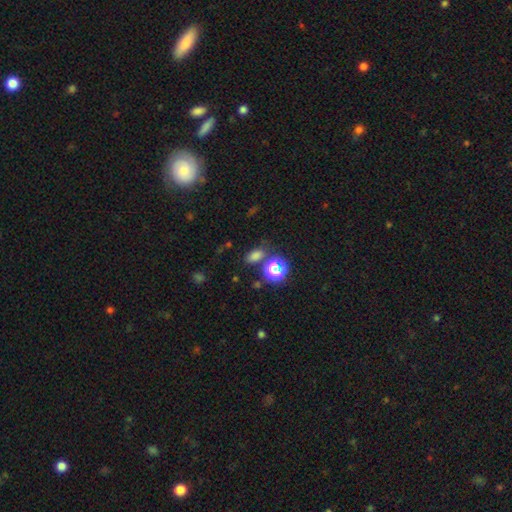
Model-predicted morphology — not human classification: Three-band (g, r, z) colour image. It shows a smooth galaxy with no disk features (70%) that is in between round and cigar-shaped (74%). Merging: none (72%).